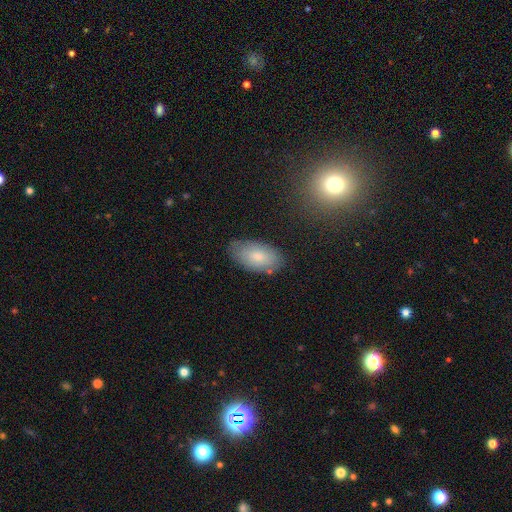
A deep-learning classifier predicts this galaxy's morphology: Smooth or featured?
  - smooth: 74% *
  - featured or disk: 18%
  - star or artifact: 8%
How rounded?
  - in between: 95% *
  - round: 3%
  - cigar-shaped: 2%
Merging?
  - none: 78% *
  - minor disturbance: 17%
  - major disturbance: 3%
  - merger: 2%